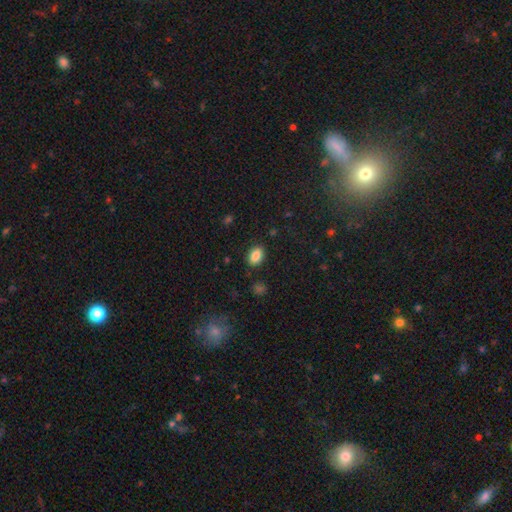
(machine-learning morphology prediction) The model was most divided on "how rounded": in between: 83%, round: 15%, cigar-shaped: 1%. More confident: smooth or featured — smooth (87%); merging — none (86%).